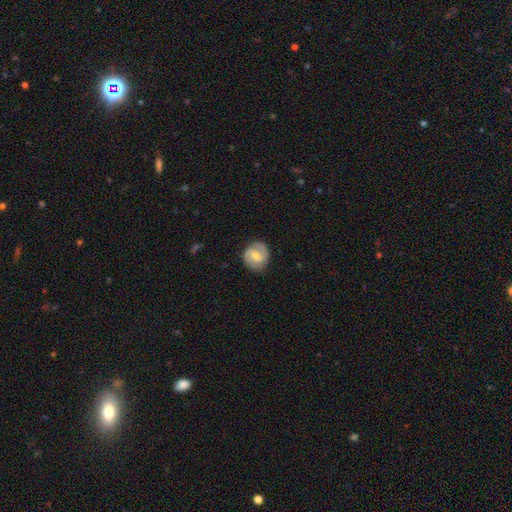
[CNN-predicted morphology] Smooth or featured? Predicted: featured or disk (p=0.64). Edge-on disk? Predicted: no (p=0.97). Bar? Predicted: weak (p=0.51). Spiral arms? Predicted: yes (p=0.89). Spiral winding? Predicted: medium (p=0.45). Spiral arm count? Predicted: 2 (p=0.84). Bulge size? Predicted: small (p=0.47, tied with moderate). Merging? Predicted: none (p=0.82).